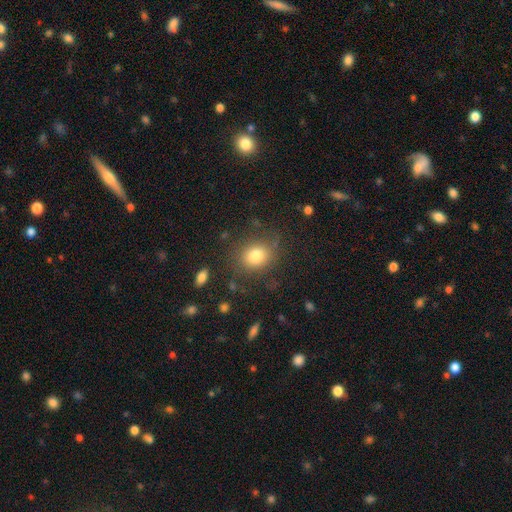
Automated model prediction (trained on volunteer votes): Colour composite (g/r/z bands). It shows a smooth galaxy with no disk features (79%) that is round (60%). Merging: none (78%).